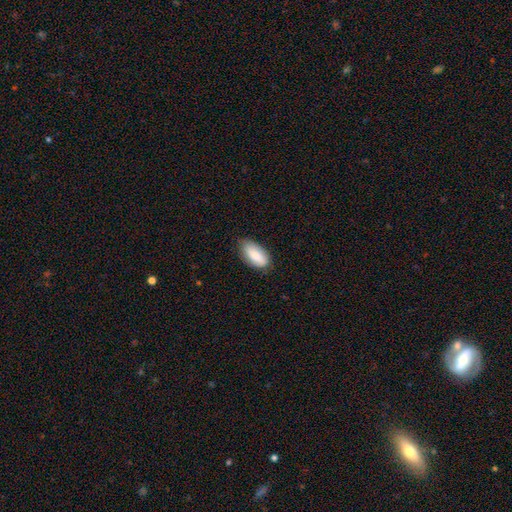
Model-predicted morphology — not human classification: Smooth or featured?
  - smooth: 84% *
  - featured or disk: 10%
  - star or artifact: 6%
How rounded?
  - in between: 91% *
  - cigar-shaped: 7%
  - round: 2%
Merging?
  - none: 76% *
  - minor disturbance: 20%
  - major disturbance: 3%
  - merger: 1%